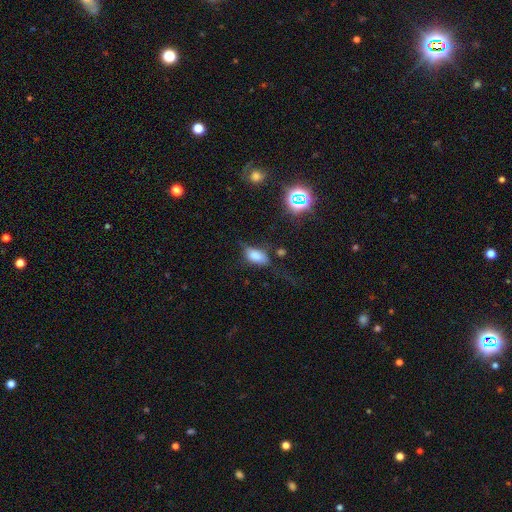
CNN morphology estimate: type=smooth (72%); roundness=in between (88%); merging=none (44%).